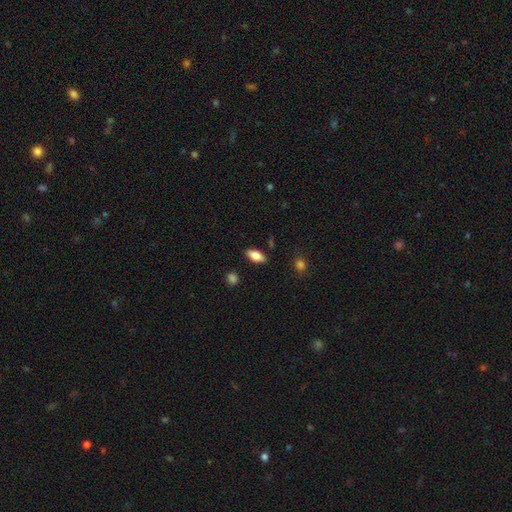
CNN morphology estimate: smooth_or_featured: smooth (p=0.82) [alt: featured or disk p=0.11]
how_rounded: in between (p=0.86) [alt: cigar-shaped p=0.11]
merging: none (p=0.86) [alt: minor disturbance p=0.10]